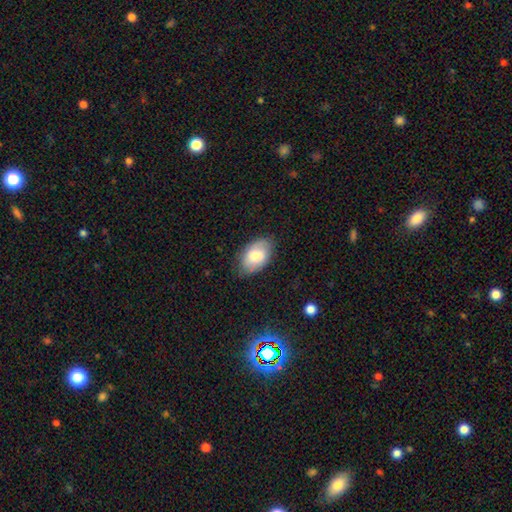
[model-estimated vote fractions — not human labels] smooth_or_featured: smooth (p=0.72) [alt: featured or disk p=0.21]
how_rounded: in between (p=0.92) [alt: round p=0.07]
merging: none (p=0.80) [alt: minor disturbance p=0.16]